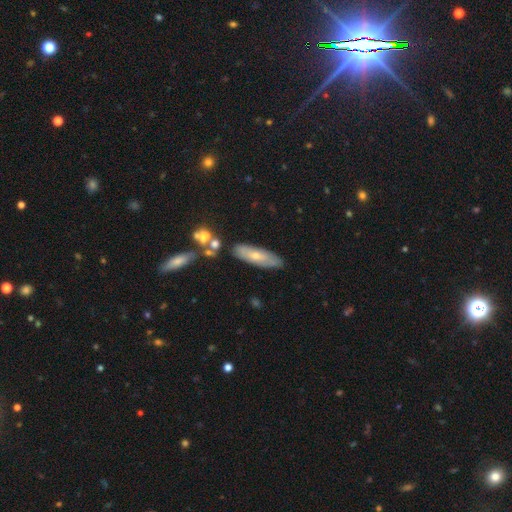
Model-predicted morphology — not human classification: This is possibly a smooth galaxy (56%). How rounded: possibly cigar-shaped (53%). Merging: likely none (75%).